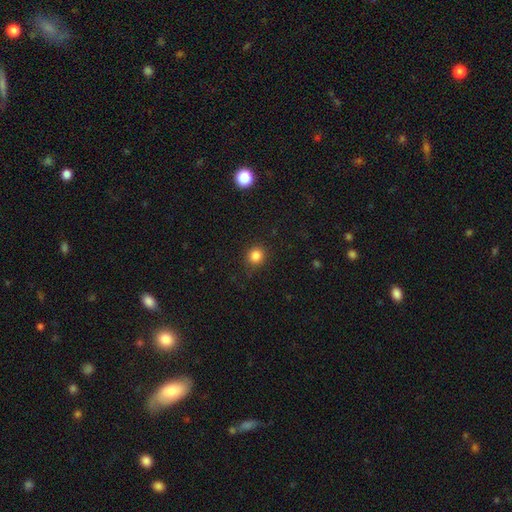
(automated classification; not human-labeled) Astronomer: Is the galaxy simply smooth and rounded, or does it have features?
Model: smooth — 84%.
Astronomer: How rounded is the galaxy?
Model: round — 88%.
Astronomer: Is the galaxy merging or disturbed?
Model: none — 89%.